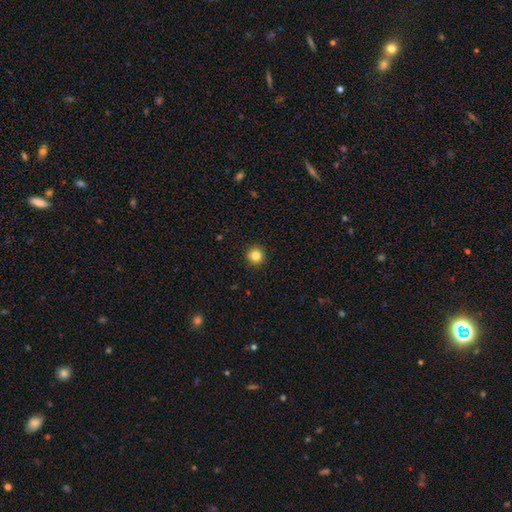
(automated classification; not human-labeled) Q: Smooth or featured?
A: smooth (83%); runner-up: star or artifact (11%)
Q: How rounded?
A: round (95%); runner-up: in between (4%)
Q: Merging?
A: none (93%); runner-up: minor disturbance (4%)